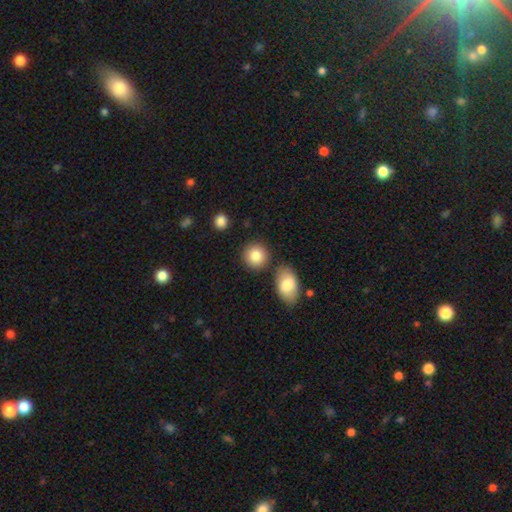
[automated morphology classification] A smooth galaxy with no disk features (84%) that is round (85%).

Vote fractions:
- Smooth or featured? smooth: 84% / featured or disk: 8% / star or artifact: 8%
- How rounded? round: 85% / in between: 14% / cigar-shaped: 1%
- Merging? none: 79% / merger: 9% / minor disturbance: 9% / major disturbance: 3%